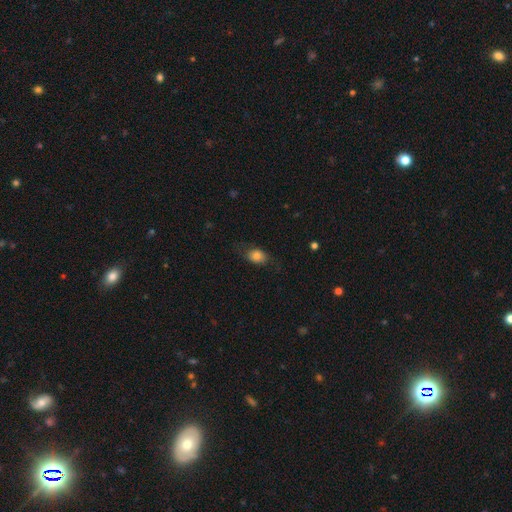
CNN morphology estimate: The model was most divided on "merging": none: 68%, minor disturbance: 21%, major disturbance: 9%, merger: 1%. More confident: smooth or featured — smooth (78%); how rounded — in between (74%).